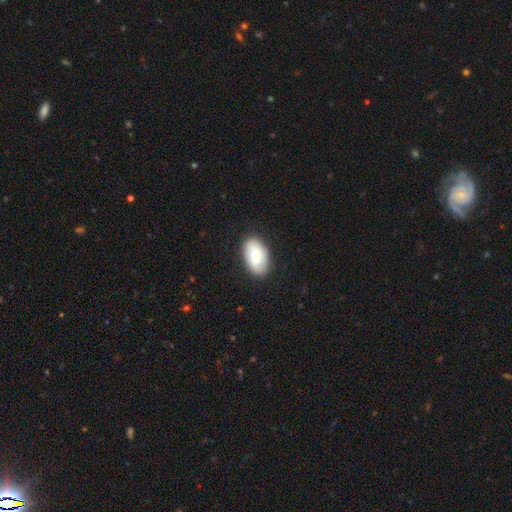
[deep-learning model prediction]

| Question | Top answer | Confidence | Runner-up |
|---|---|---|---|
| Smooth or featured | smooth | 81% | featured or disk (13%) |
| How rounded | in between | 94% | round (4%) |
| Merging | none | 86% | minor disturbance (11%) |